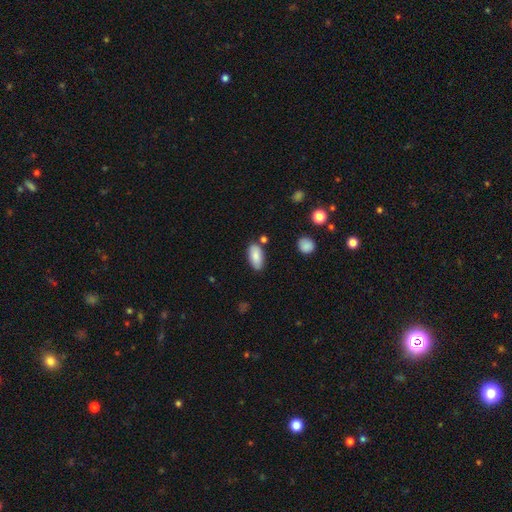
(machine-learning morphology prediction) This appears to be a smooth galaxy with no disk features (84%) that is in between round and cigar-shaped (91%). Merging: none (80%).